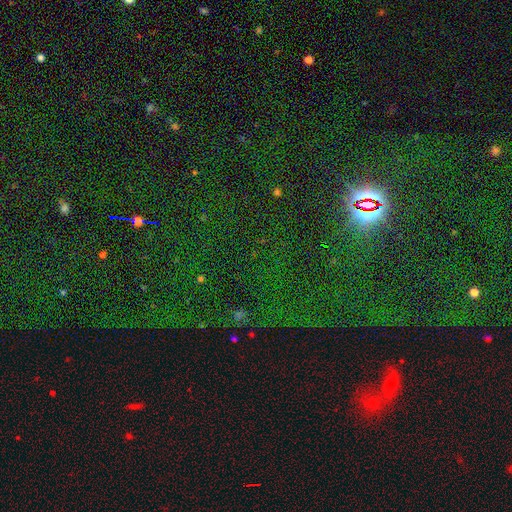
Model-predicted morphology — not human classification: Smooth or featured? Predicted: star or artifact (p=0.82).